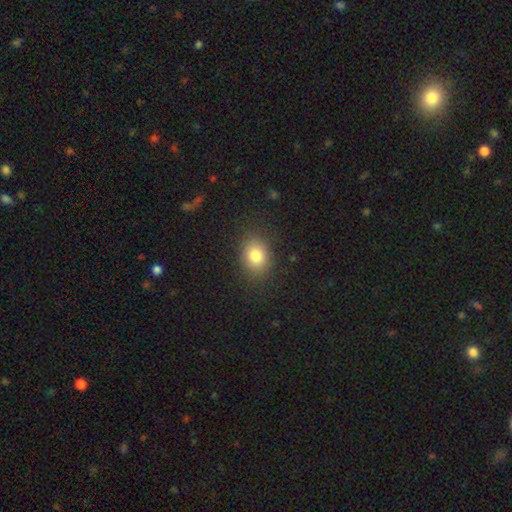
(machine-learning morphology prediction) smooth 81%, star or artifact 11%, featured or disk 9%. Down the decision tree: how rounded — in between (55%); merging — none (85%).